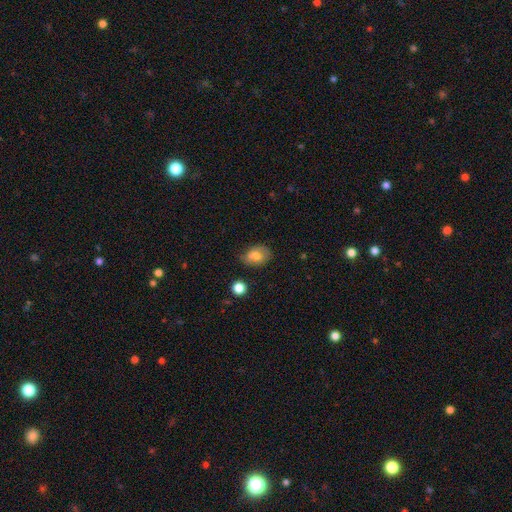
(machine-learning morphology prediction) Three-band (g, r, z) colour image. It shows a smooth galaxy with no disk features (68%) that is in between round and cigar-shaped (75%). Merging: none (65%).